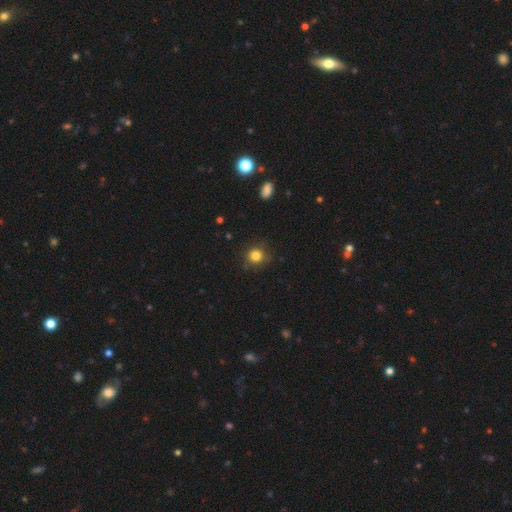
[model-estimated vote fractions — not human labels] Morphology: type=smooth (83%); roundness=round (89%); merging=none (82%).